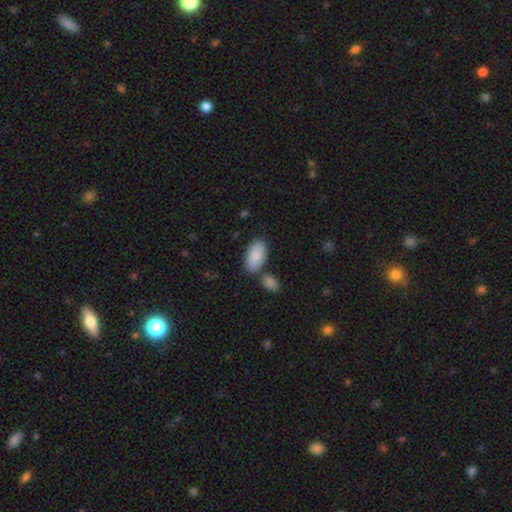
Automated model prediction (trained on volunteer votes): The model was most divided on "merging": none: 66%, merger: 16%, minor disturbance: 14%, major disturbance: 4%. More confident: how rounded — in between (95%); smooth or featured — smooth (87%).